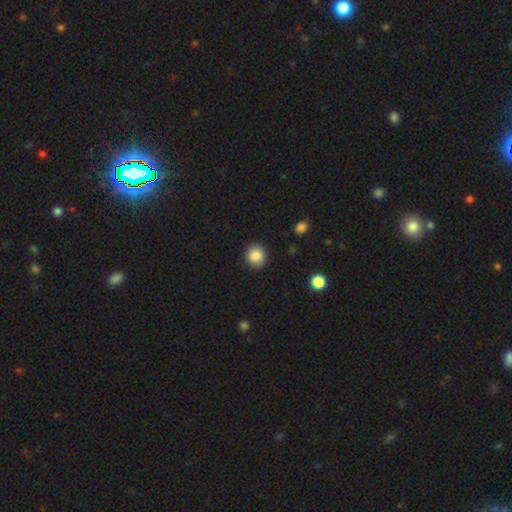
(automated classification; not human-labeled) Q: Smooth or featured?
A: smooth (87%); runner-up: star or artifact (9%)
Q: How rounded?
A: round (81%); runner-up: in between (18%)
Q: Merging?
A: none (89%); runner-up: minor disturbance (8%)